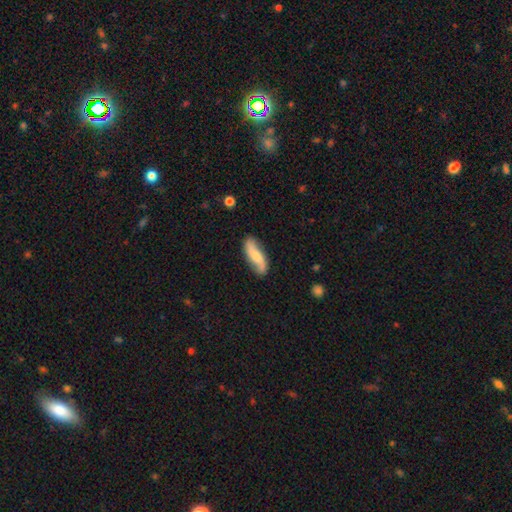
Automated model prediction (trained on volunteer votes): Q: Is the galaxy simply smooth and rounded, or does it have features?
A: featured or disk — 49%.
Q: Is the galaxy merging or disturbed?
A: none — 78%.